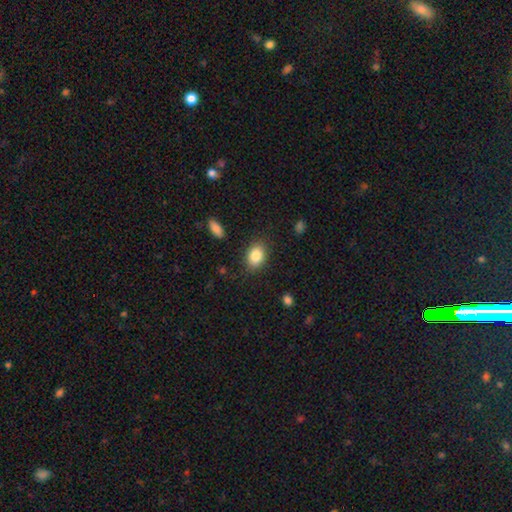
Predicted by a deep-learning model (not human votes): This is clearly a smooth galaxy (84%). How rounded: likely in between (74%). Merging: clearly none (85%).